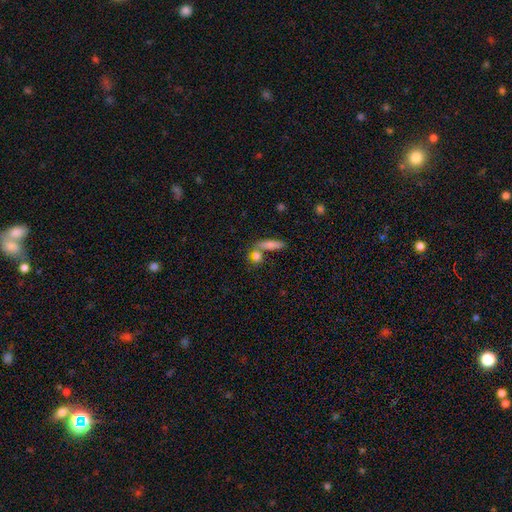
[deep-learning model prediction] A smooth galaxy with no disk features (76%) that is in between round and cigar-shaped (46%).

Vote fractions:
- Smooth or featured? smooth: 76% / featured or disk: 13% / star or artifact: 11%
- How rounded? in between: 46% / round: 31% / cigar-shaped: 23%
- Merging? none: 54% / merger: 31% / minor disturbance: 10% / major disturbance: 5%